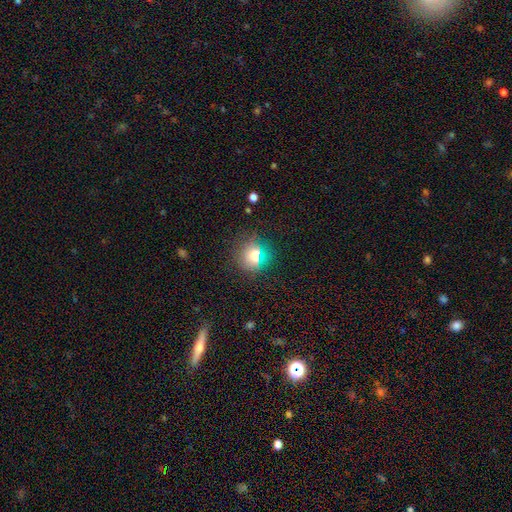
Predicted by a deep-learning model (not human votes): Morphology: type=smooth (70%); roundness=round (89%); merging=none (86%).